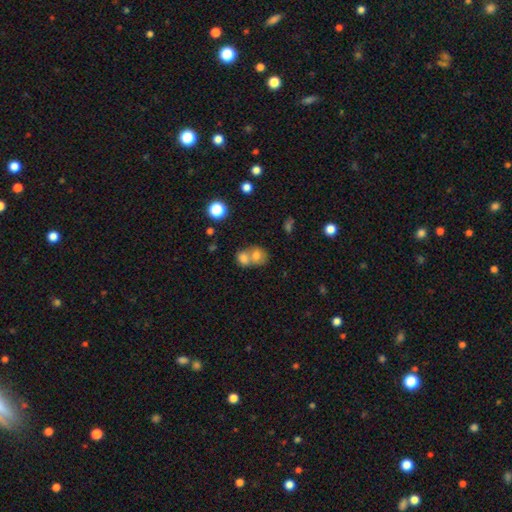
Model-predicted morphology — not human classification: Smooth or featured: smooth — 73% (featured or disk — 15%)
How rounded: round — 66% (in between — 33%)
Merging: merger — 63% (none — 28%)